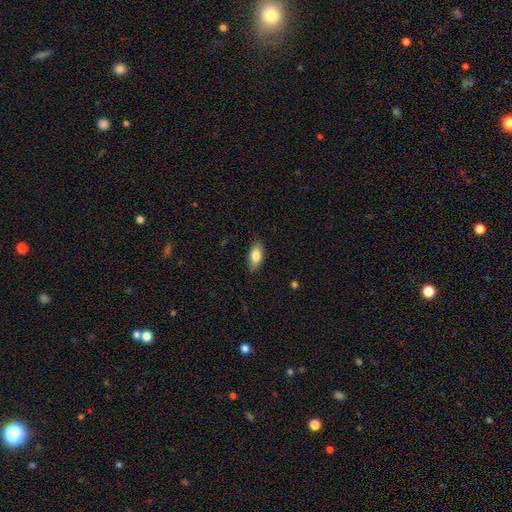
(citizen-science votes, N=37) smooth 78%, featured or disk 16%, star or artifact 5%. Down the decision tree: how rounded — in between (83%); merging — none (89%).